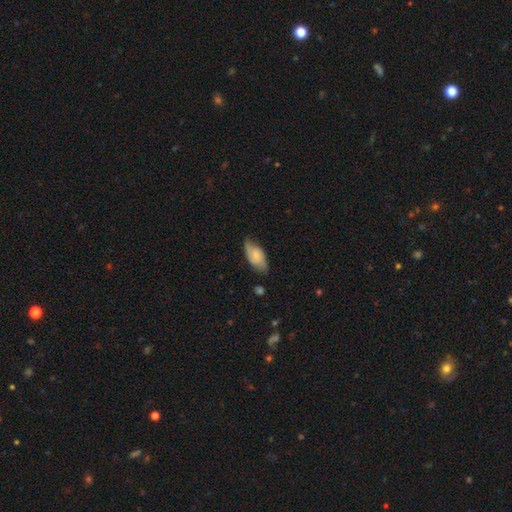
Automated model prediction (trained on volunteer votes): Overall: smooth (58%; featured or disk 35%). How rounded: in between (91%). Merging: none (63%; minor disturbance 28%).